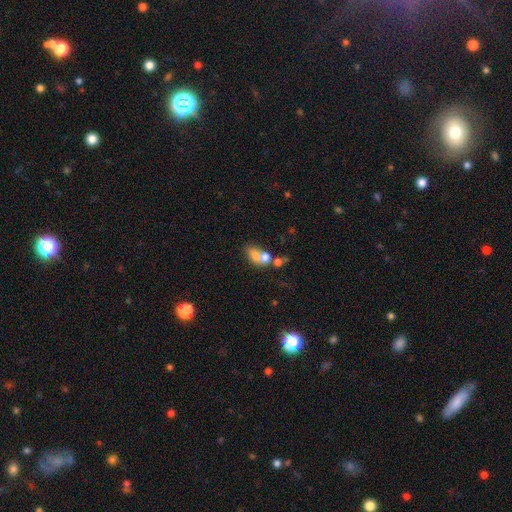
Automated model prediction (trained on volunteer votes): Smooth or featured: smooth — 68% (featured or disk — 19%)
How rounded: in between — 69% (round — 27%)
Merging: merger — 57% (none — 26%)